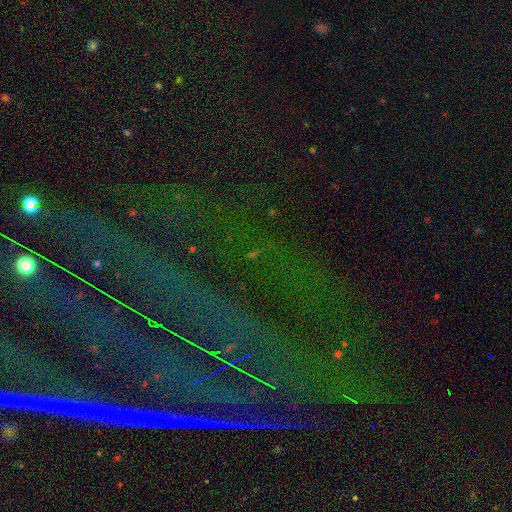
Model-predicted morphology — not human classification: smooth_or_featured: star or artifact (p=0.83) [alt: featured or disk p=0.10]